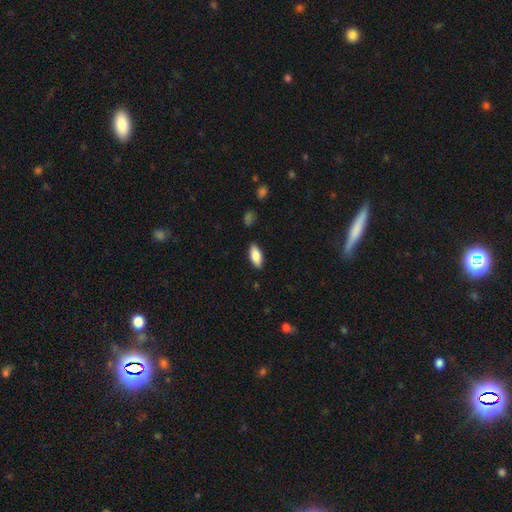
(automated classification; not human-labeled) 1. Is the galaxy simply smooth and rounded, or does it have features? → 81% smooth, 13% featured or disk, 6% star or artifact.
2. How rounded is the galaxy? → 82% in between, 16% cigar-shaped, 2% round.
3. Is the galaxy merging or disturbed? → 86% none, 10% minor disturbance, 2% major disturbance, 1% merger.